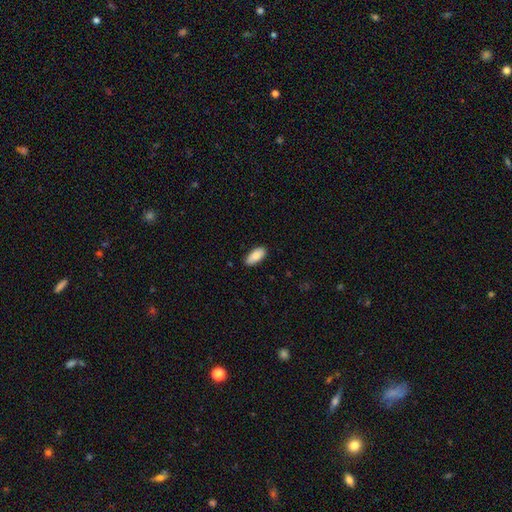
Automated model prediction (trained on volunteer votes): smooth_or_featured: smooth (p=0.87) [alt: featured or disk p=0.07]
how_rounded: in between (p=0.89) [alt: cigar-shaped p=0.09]
merging: none (p=0.88) [alt: minor disturbance p=0.09]